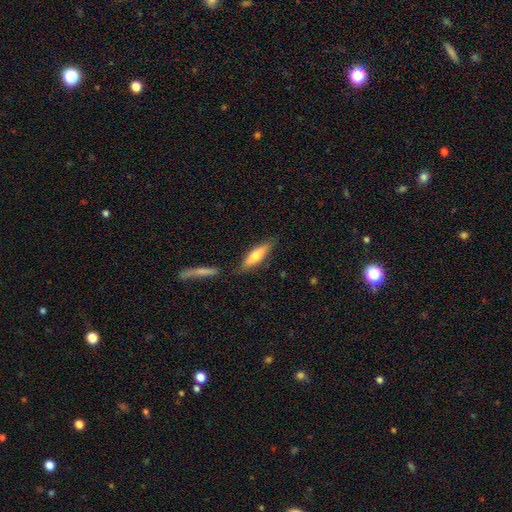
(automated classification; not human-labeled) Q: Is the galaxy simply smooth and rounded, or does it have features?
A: smooth — 61%.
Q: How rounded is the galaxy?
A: cigar-shaped — 68%.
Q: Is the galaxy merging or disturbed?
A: none — 77%.